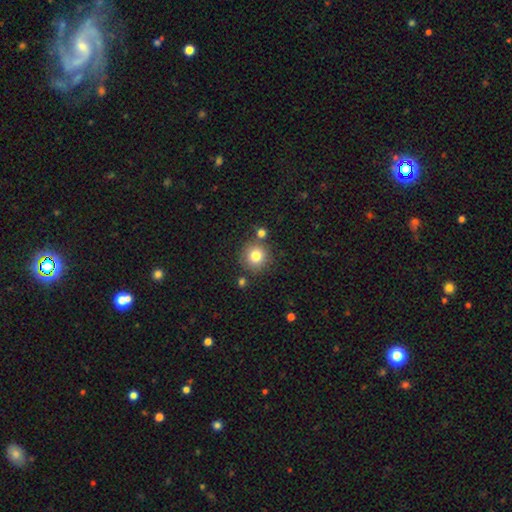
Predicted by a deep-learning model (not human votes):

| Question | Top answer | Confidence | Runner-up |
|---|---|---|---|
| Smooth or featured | smooth | 79% | star or artifact (11%) |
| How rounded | round | 92% | in between (7%) |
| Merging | none | 78% | merger (10%) |